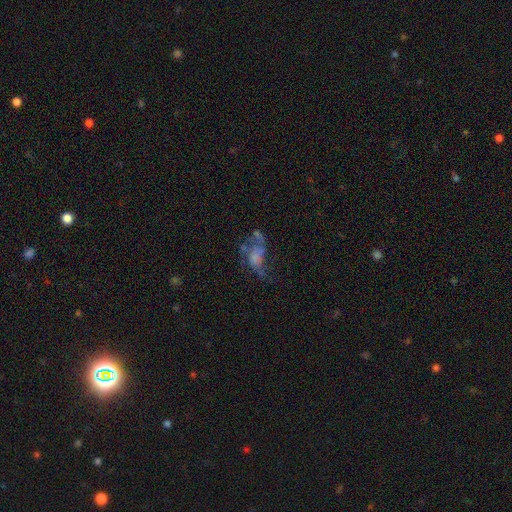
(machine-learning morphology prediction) smooth-or-featured: featured or disk: 51% | smooth: 33% | star or artifact: 16%
  disk-edge-on: no: 96% | yes: 4%
  merging: major disturbance: 45% | none: 28% | minor disturbance: 16% | merger: 12%